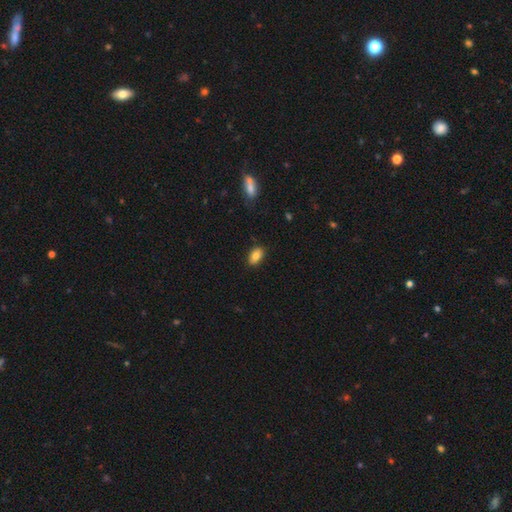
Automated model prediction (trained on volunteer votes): Smooth or featured: smooth — 82% (featured or disk — 11%)
How rounded: in between — 91% (round — 7%)
Merging: none — 86% (minor disturbance — 11%)